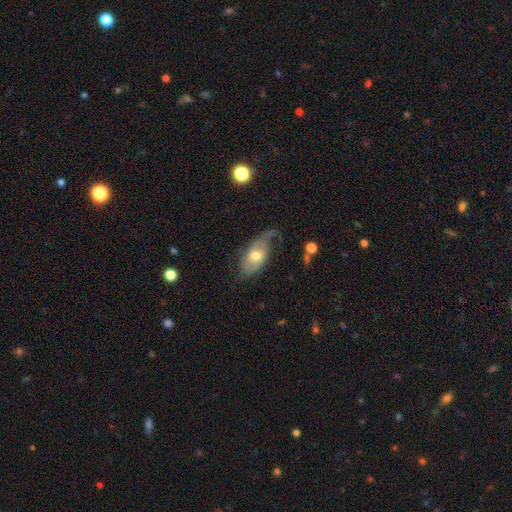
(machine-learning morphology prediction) A featured or disk galaxy (54%). Merging: none (41%).